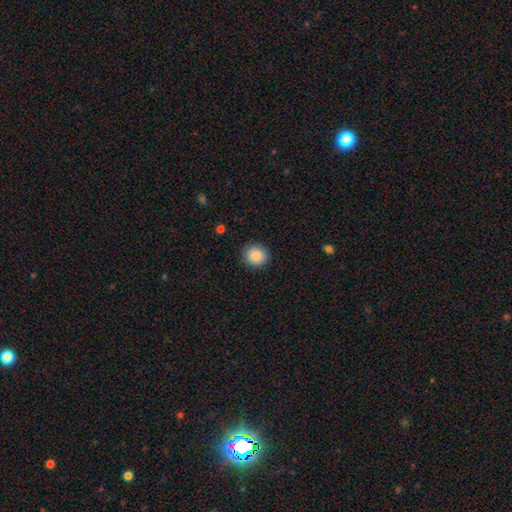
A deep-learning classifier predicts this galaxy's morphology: This is clearly a smooth galaxy (87%). How rounded: clearly round (89%). Merging: clearly none (90%).